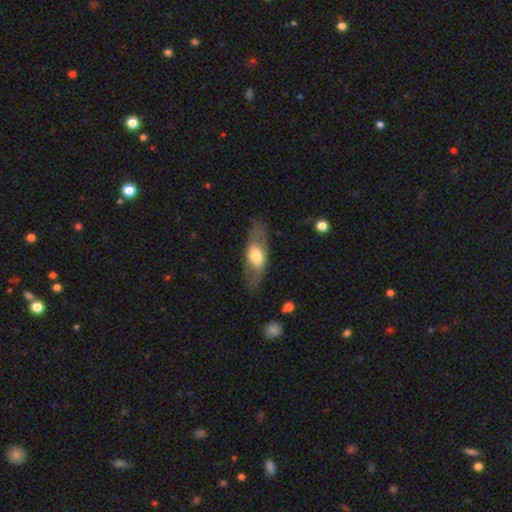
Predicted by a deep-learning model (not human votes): This appears to be a featured or disk galaxy (51%). Merging: none (78%).